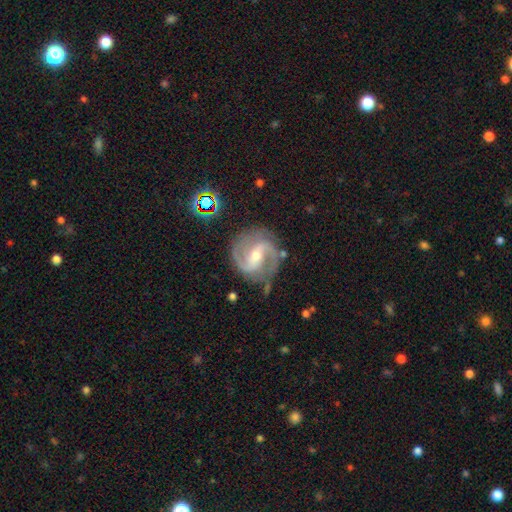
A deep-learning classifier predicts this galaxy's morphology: Smooth or featured?
  - featured or disk: 90% *
  - star or artifact: 5%
  - smooth: 4%
Edge-on disk?
  - no: 98% *
  - yes: 2%
Bar?
  - weak: 42% *
  - strong: 38%
  - no: 20%
Spiral arms?
  - yes: 98% *
  - no: 2%
Spiral winding?
  - medium: 58% *
  - tight: 25%
  - loose: 16%
Spiral arm count?
  - 2: 89% *
  - 3: 4%
  - can't tell: 3%
  - 1: 1%
  - 4: 1%
  - more than 4: 1%
Bulge size?
  - moderate: 49% *
  - small: 48%
  - large: 2%
  - none: 1%
  - dominant: 1%
Merging?
  - none: 78% *
  - minor disturbance: 15%
  - major disturbance: 5%
  - merger: 2%